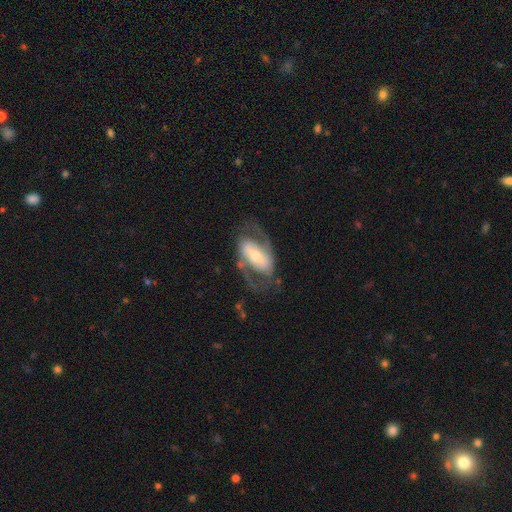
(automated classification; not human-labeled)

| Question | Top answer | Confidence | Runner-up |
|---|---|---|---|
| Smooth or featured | featured or disk | 79% | smooth (16%) |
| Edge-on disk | no | 94% | yes (6%) |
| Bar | strong | 46% | weak (30%) |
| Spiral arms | yes | 81% | no (19%) |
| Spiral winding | medium | 51% | loose (28%) |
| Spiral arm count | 2 | 86% | can't tell (8%) |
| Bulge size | moderate | 51% | small (38%) |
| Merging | none | 64% | major disturbance (18%) |